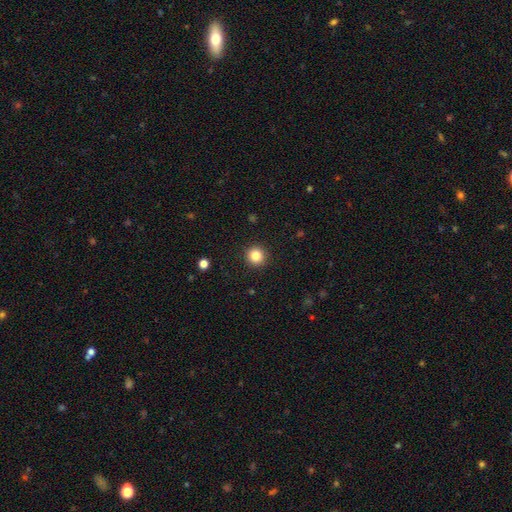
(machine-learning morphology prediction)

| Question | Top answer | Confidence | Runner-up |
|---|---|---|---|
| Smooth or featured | smooth | 83% | star or artifact (11%) |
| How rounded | round | 95% | in between (4%) |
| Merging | none | 93% | minor disturbance (5%) |